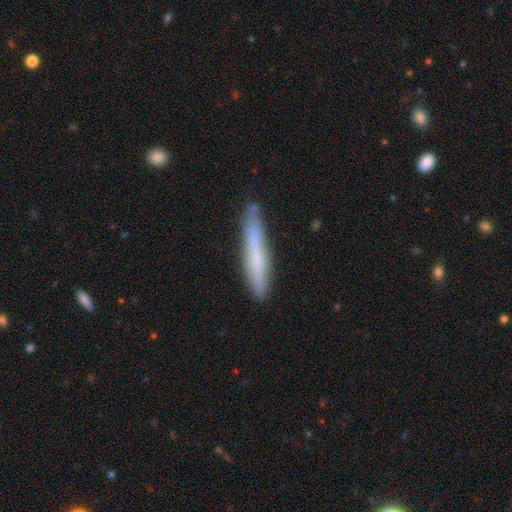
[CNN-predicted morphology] Smooth or featured: smooth — 64% (featured or disk — 29%)
How rounded: cigar-shaped — 94% (in between — 5%)
Merging: none — 79% (minor disturbance — 16%)